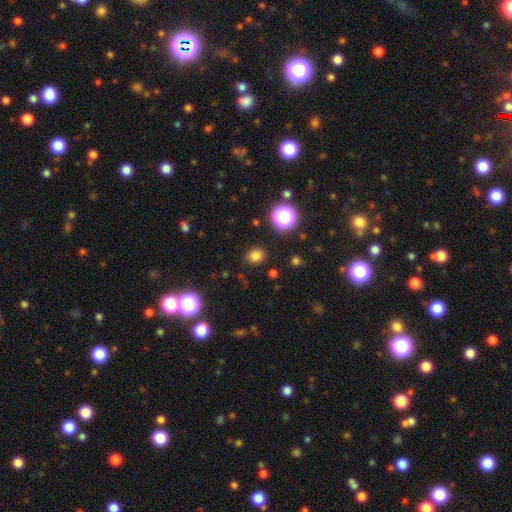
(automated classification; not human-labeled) Morphology: type=smooth (78%); roundness=round (70%); merging=none (86%).